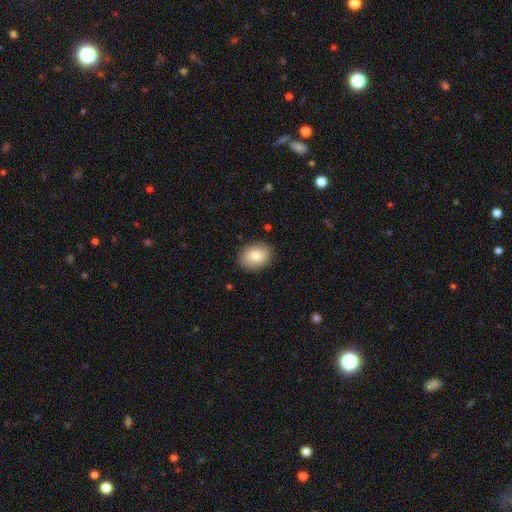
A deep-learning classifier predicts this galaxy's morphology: smooth_or_featured: smooth (p=0.82) [alt: featured or disk p=0.11]
how_rounded: in between (p=0.70) [alt: round p=0.29]
merging: none (p=0.87) [alt: minor disturbance p=0.09]